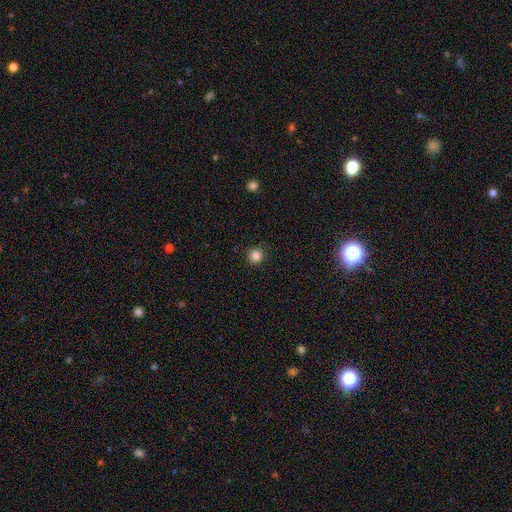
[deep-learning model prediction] A smooth galaxy with no disk features (84%) that is round (92%).

Vote fractions:
- Smooth or featured? smooth: 84% / star or artifact: 12% / featured or disk: 4%
- How rounded? round: 92% / in between: 7% / cigar-shaped: 1%
- Merging? none: 89% / minor disturbance: 8% / major disturbance: 2% / merger: 1%